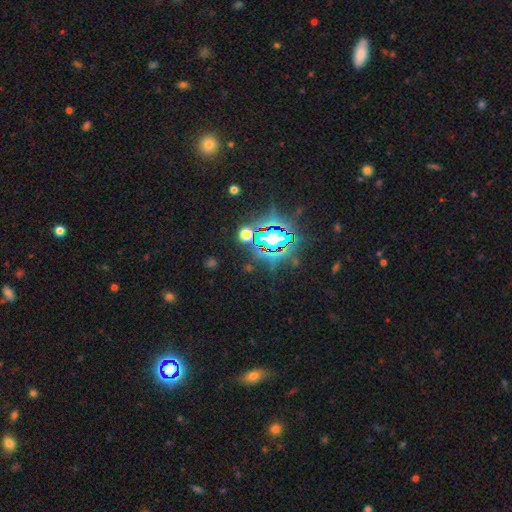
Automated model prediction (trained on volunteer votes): Smooth or featured? Predicted: star or artifact (p=0.82).